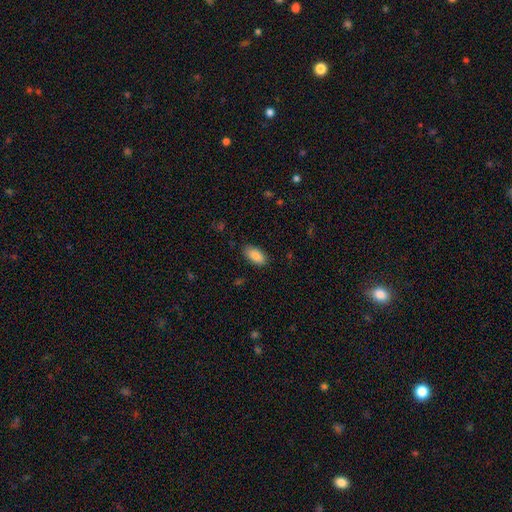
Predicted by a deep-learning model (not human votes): smooth_or_featured: smooth (p=0.88) [alt: star or artifact p=0.07]
how_rounded: in between (p=0.94) [alt: cigar-shaped p=0.04]
merging: none (p=0.86) [alt: minor disturbance p=0.10]